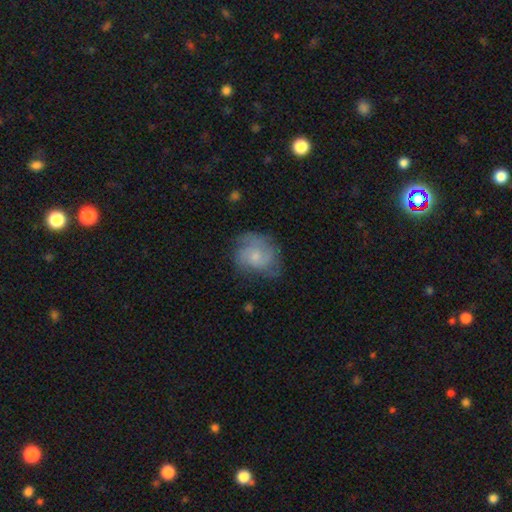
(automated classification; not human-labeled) smooth-or-featured: featured or disk: 58% | smooth: 35% | star or artifact: 8%
  disk-edge-on: no: 98% | yes: 2%
    bar: no: 73% | weak: 24% | strong: 3%
    has-spiral-arms: yes: 85% | no: 15%
    bulge-size: small: 61% | moderate: 28% | none: 8% | large: 2% | dominant: 1%
  merging: none: 60% | minor disturbance: 26% | major disturbance: 13% | merger: 2%